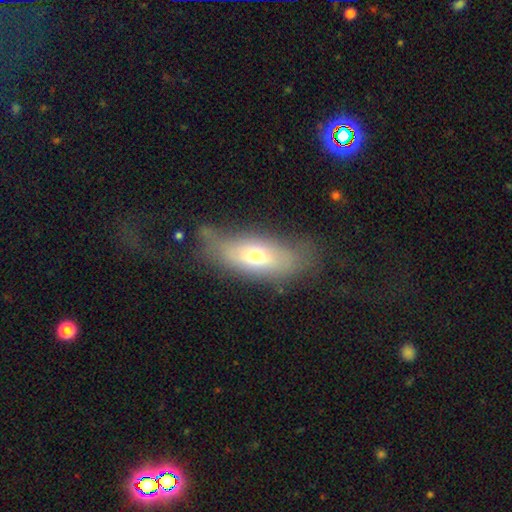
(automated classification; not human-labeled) smooth-or-featured: smooth: 60% | featured or disk: 31% | star or artifact: 9%
  how-rounded: in between: 74% | cigar-shaped: 22% | round: 4%
  merging: none: 53% | minor disturbance: 28% | major disturbance: 15% | merger: 3%